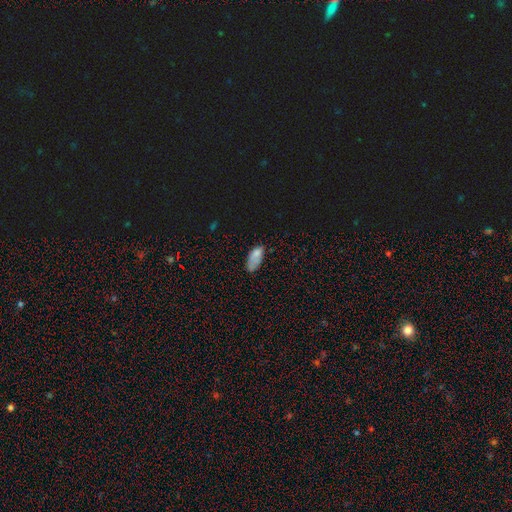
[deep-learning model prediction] Morphology: type=smooth (74%); roundness=in between (86%); merging=none (42%).